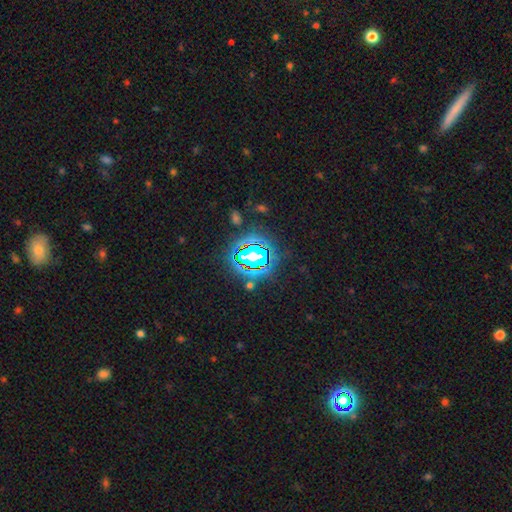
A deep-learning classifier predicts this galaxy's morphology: This is likely a star or artifact rather than a galaxy (68%).